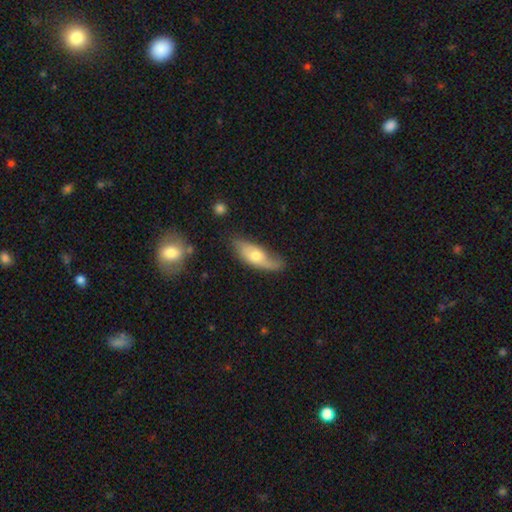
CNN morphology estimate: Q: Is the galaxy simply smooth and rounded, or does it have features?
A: smooth — 52%.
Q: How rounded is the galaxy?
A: in between — 68%.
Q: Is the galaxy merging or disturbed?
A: none — 56%.